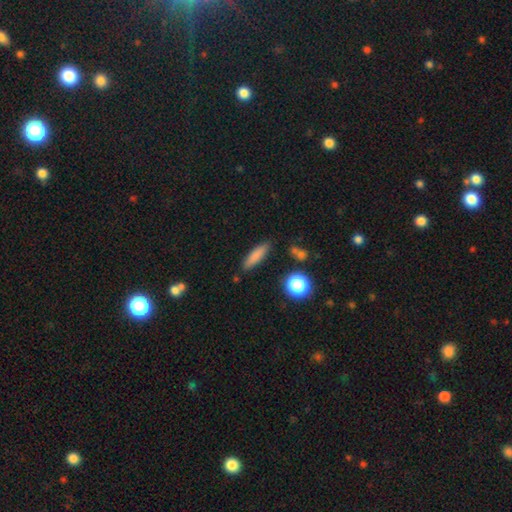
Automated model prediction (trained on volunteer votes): smooth 81%, featured or disk 10%, star or artifact 9%. Down the decision tree: how rounded — cigar-shaped (68%); merging — none (85%).